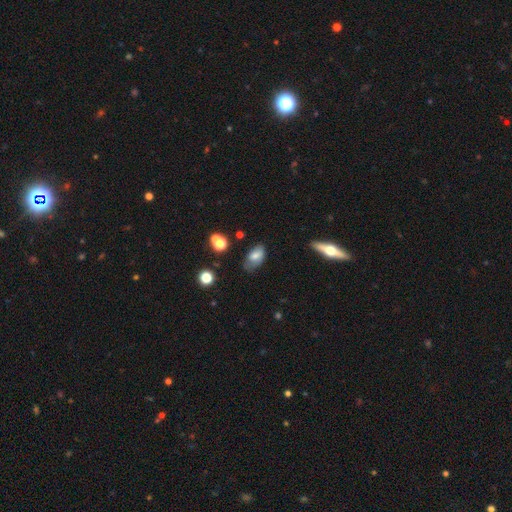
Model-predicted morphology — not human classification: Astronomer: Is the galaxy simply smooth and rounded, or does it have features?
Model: smooth — 66%.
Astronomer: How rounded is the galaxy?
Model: in between — 91%.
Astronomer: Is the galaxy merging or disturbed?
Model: none — 54% (runner-up: minor disturbance, 32%).